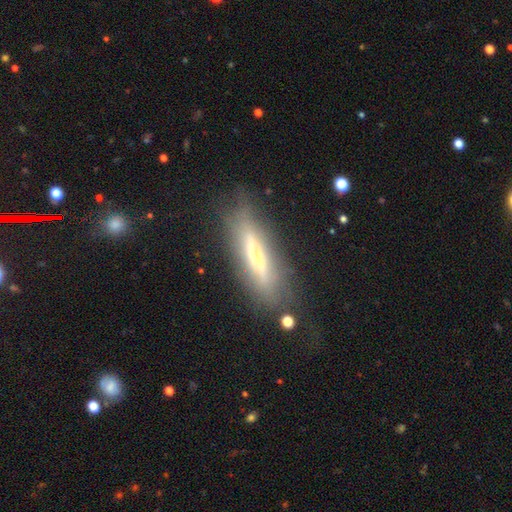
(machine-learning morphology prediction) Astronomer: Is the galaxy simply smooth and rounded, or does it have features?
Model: featured or disk — 56% (runner-up: smooth, 35%).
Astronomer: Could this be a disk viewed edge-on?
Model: yes — 75%.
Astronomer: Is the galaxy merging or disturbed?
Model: none — 68%.